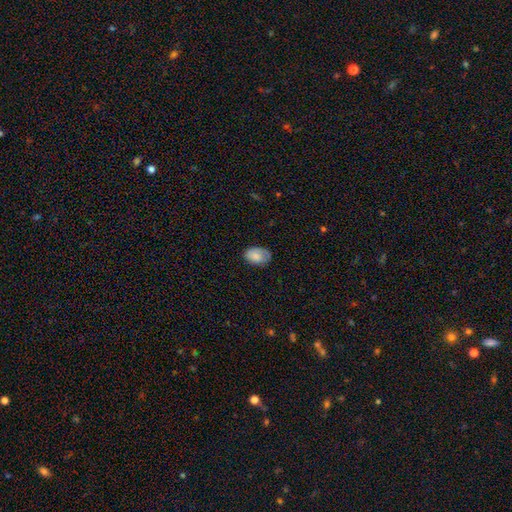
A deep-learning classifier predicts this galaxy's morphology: Smooth or featured? Predicted: smooth (p=0.74). How rounded? Predicted: in between (p=0.87). Merging? Predicted: none (p=0.67).